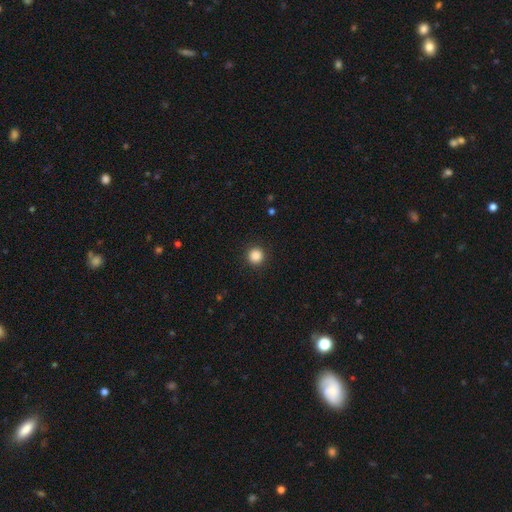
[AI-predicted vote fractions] A smooth galaxy with no disk features (86%) that is round (95%).

Vote fractions:
- Smooth or featured? smooth: 86% / star or artifact: 11% / featured or disk: 3%
- How rounded? round: 95% / in between: 4% / cigar-shaped: 1%
- Merging? none: 92% / minor disturbance: 5% / major disturbance: 2% / merger: 1%